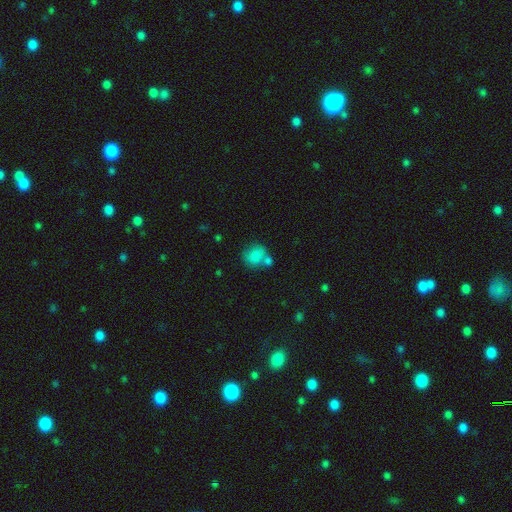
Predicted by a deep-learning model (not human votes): smooth-or-featured: smooth: 80% | featured or disk: 11% | star or artifact: 9%
  how-rounded: round: 74% | in between: 25% | cigar-shaped: 1%
  merging: none: 47% | merger: 31% | minor disturbance: 15% | major disturbance: 7%